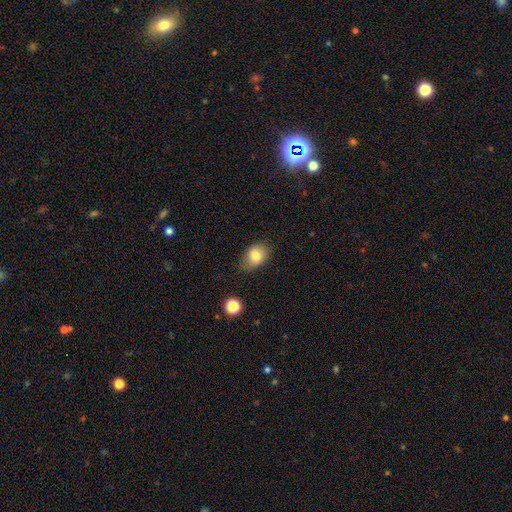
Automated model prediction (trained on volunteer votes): Overall: smooth (79%). How rounded: in between (72%). Merging: none (64%; minor disturbance 27%).